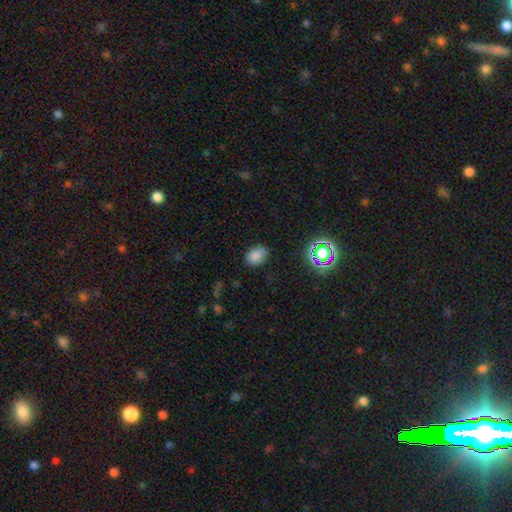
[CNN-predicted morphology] type=smooth (79%); roundness=in between (75%); merging=none (78%).